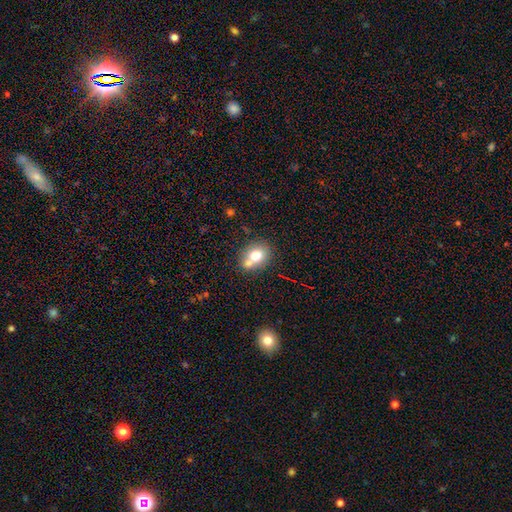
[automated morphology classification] Smooth or featured?
  - smooth: 72% *
  - featured or disk: 17%
  - star or artifact: 11%
How rounded?
  - round: 57% *
  - in between: 42%
  - cigar-shaped: 1%
Merging?
  - none: 50% *
  - merger: 36%
  - minor disturbance: 11%
  - major disturbance: 3%